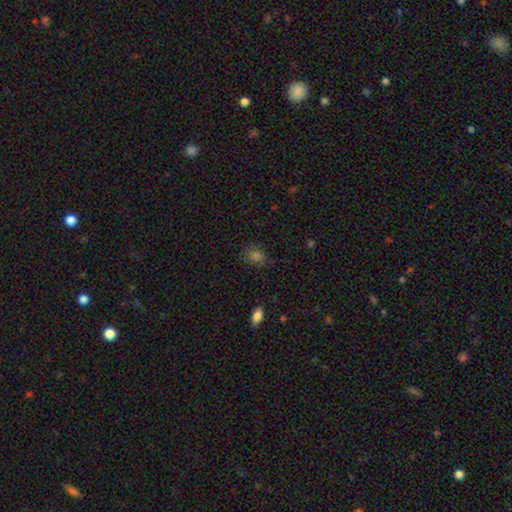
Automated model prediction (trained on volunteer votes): Q: Smooth or featured?
A: smooth (73%); runner-up: star or artifact (21%)
Q: How rounded?
A: round (50%); runner-up: in between (48%)
Q: Merging?
A: none (76%); runner-up: minor disturbance (18%)